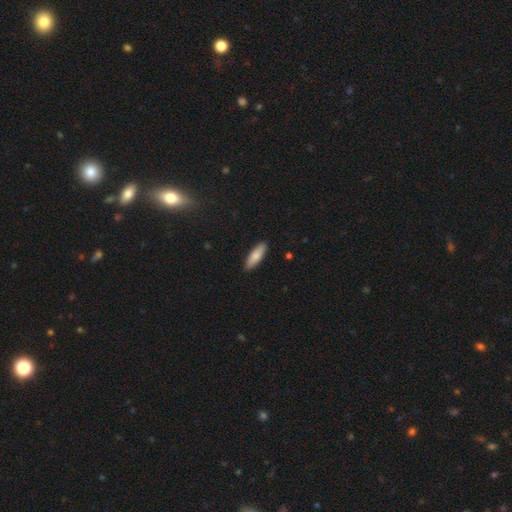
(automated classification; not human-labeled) The model was most divided on "how rounded": cigar-shaped: 54%, in between: 44%, round: 2%. More confident: merging — none (89%); smooth or featured — smooth (80%).